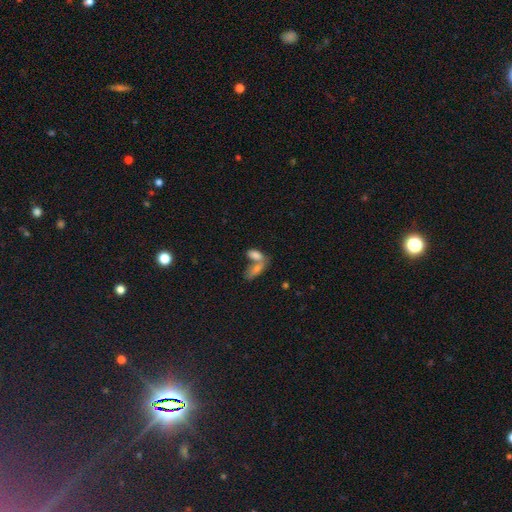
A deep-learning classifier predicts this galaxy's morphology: Overall: smooth (79%). How rounded: in between (86%). Merging: merger (61%; none 27%).